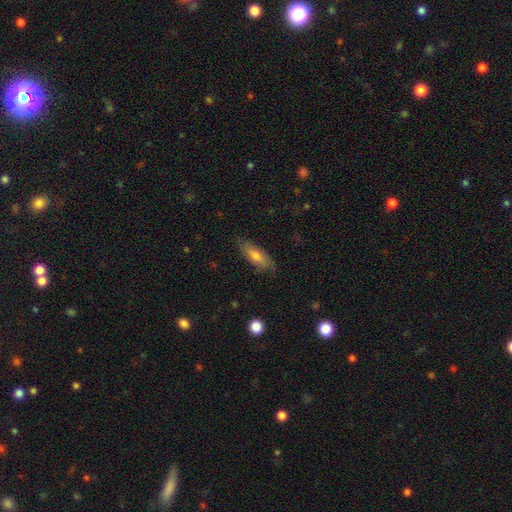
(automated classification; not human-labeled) A smooth galaxy with no disk features (65%) that is in between round and cigar-shaped (55%).

Vote fractions:
- Smooth or featured? smooth: 65% / featured or disk: 28% / star or artifact: 7%
- How rounded? in between: 55% / cigar-shaped: 42% / round: 3%
- Merging? none: 82% / minor disturbance: 14% / major disturbance: 3% / merger: 1%